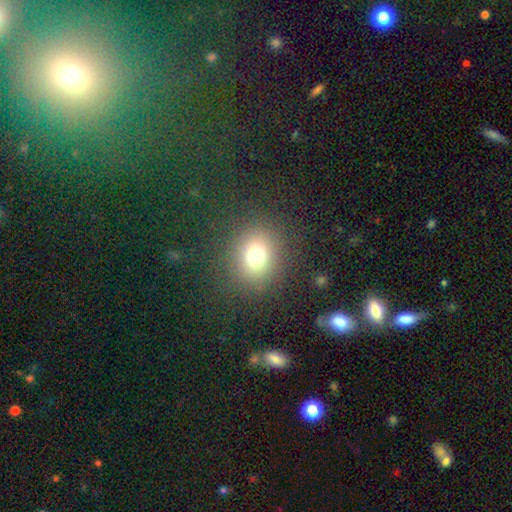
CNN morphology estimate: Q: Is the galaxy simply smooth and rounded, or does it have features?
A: smooth — 73%.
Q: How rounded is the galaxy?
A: round — 78%.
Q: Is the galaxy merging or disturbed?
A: none — 86%.